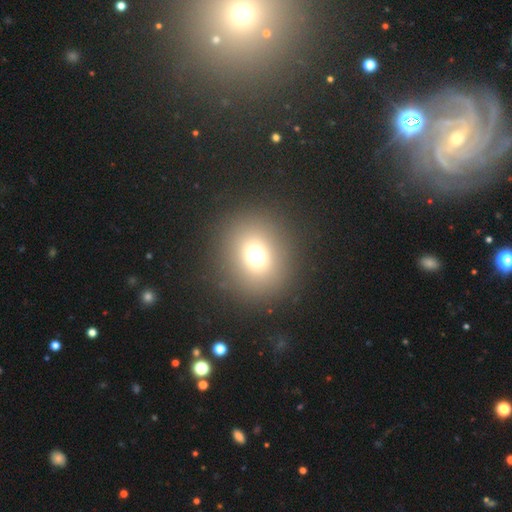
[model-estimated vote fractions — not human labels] smooth 69%, star or artifact 21%, featured or disk 10%. Down the decision tree: how rounded — round (79%); merging — none (88%).